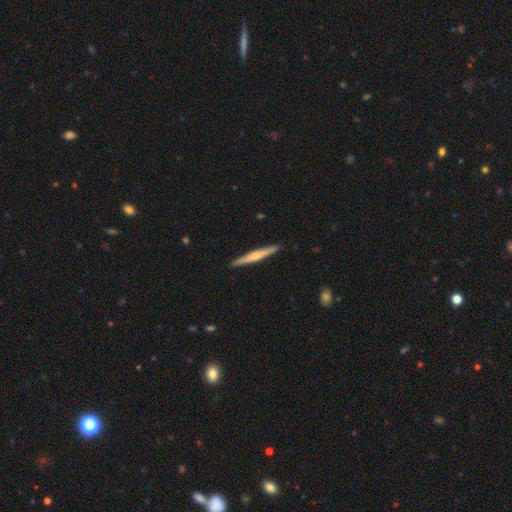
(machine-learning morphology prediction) smooth_or_featured: featured or disk (p=0.60) [alt: smooth p=0.34]
disk_edge_on: yes (p=0.98) [alt: no p=0.02]
edge_on_bulge: rounded (p=0.73) [alt: none p=0.20]
merging: none (p=0.92) [alt: minor disturbance p=0.06]